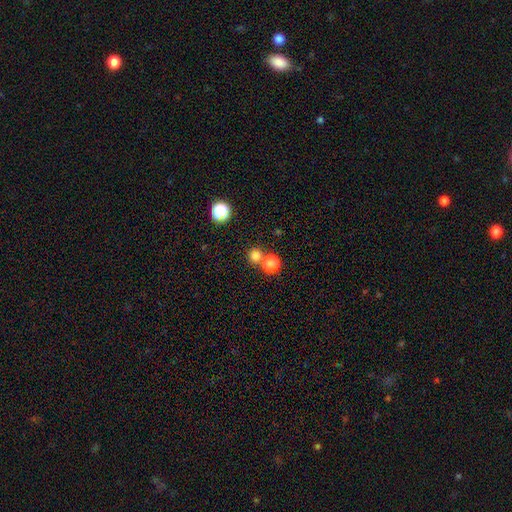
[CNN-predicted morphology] This appears to be a smooth galaxy with no disk features (78%) that is round (92%). Merging: none (65%).